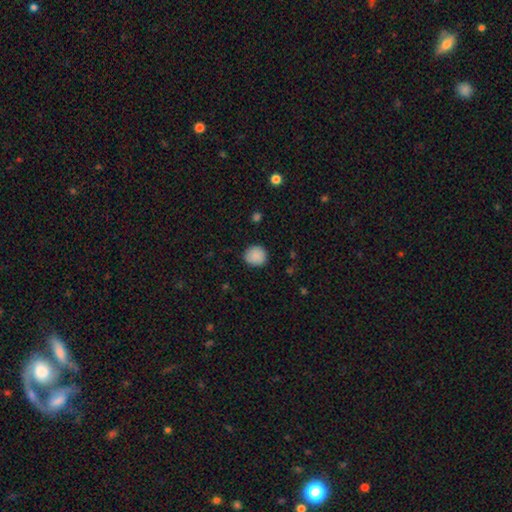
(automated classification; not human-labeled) Smooth or featured? Predicted: smooth (p=0.88). How rounded? Predicted: round (p=0.89). Merging? Predicted: none (p=0.86).